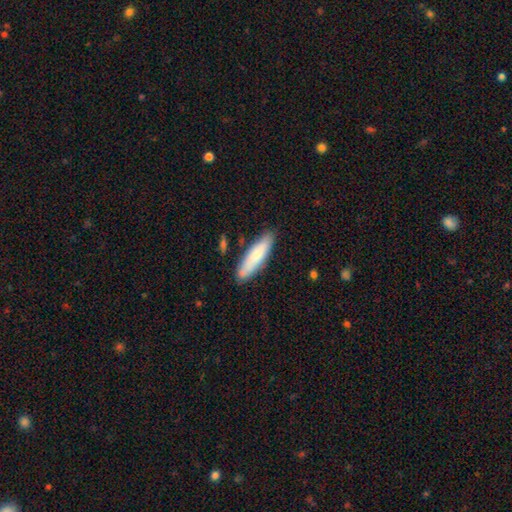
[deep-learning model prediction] smooth 75%, featured or disk 19%, star or artifact 6%. Down the decision tree: how rounded — cigar-shaped (65%); merging — none (82%).